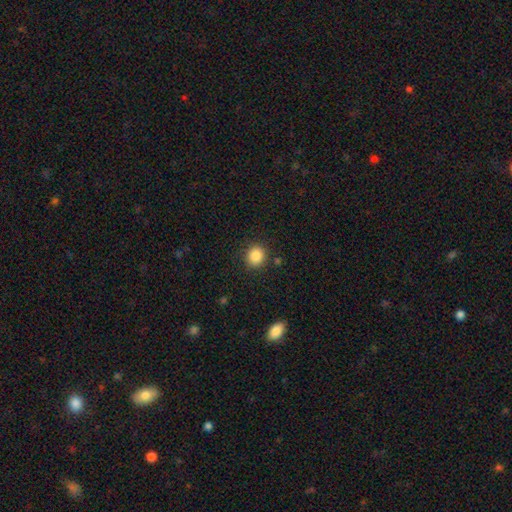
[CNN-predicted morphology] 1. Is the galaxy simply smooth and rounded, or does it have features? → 86% smooth, 10% star or artifact, 4% featured or disk.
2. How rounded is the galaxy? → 82% round, 17% in between, 1% cigar-shaped.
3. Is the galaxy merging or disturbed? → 87% none, 8% minor disturbance, 3% major disturbance, 2% merger.